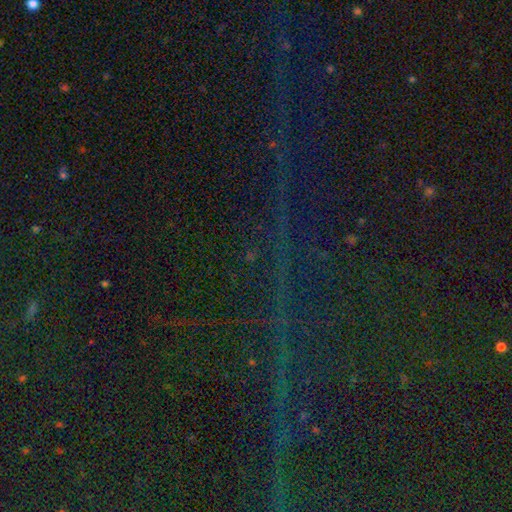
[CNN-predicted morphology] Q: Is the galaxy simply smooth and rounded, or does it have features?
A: star or artifact — 83%.